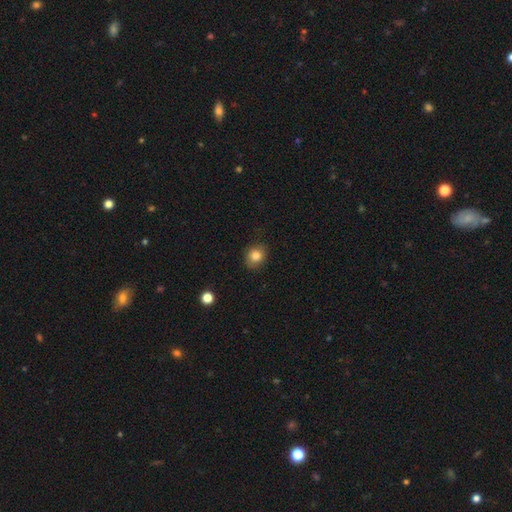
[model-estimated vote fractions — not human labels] Overall: smooth (83%). How rounded: round (62%; in between 37%). Merging: none (84%).